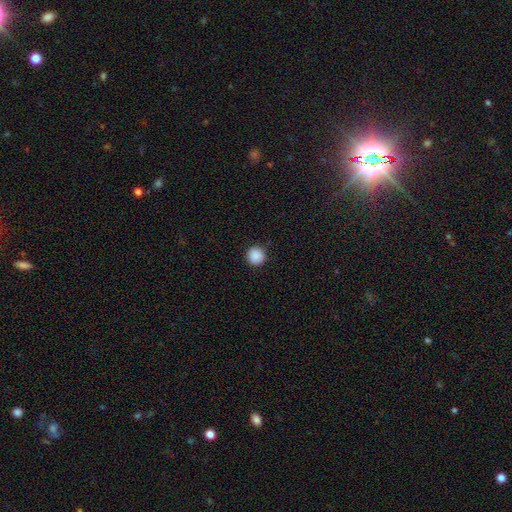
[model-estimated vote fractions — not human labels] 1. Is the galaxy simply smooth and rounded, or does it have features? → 89% smooth, 9% star or artifact, 2% featured or disk.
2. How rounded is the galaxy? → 95% round, 4% in between, 1% cigar-shaped.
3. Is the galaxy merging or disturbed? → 93% none, 5% minor disturbance, 2% major disturbance, 1% merger.